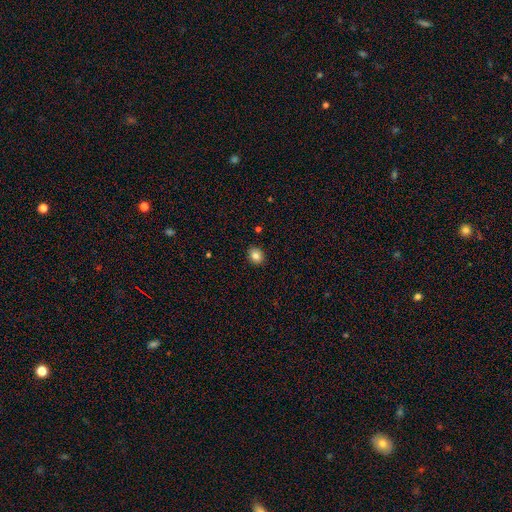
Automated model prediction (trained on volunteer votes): Smooth or featured: smooth — 83% (star or artifact — 10%)
How rounded: round — 62% (in between — 37%)
Merging: none — 90% (minor disturbance — 7%)